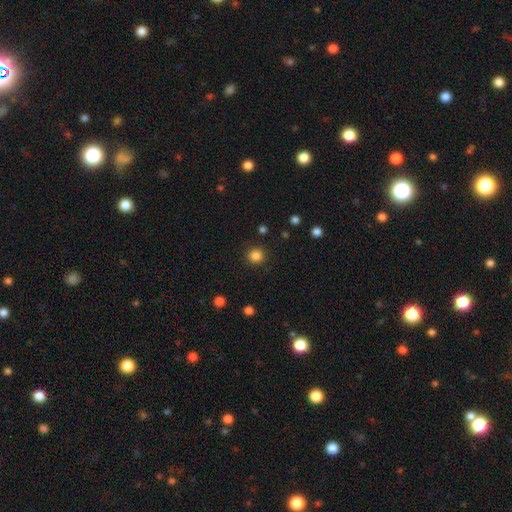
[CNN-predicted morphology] A smooth galaxy with no disk features (84%) that is round (94%). Merging: none (90%).